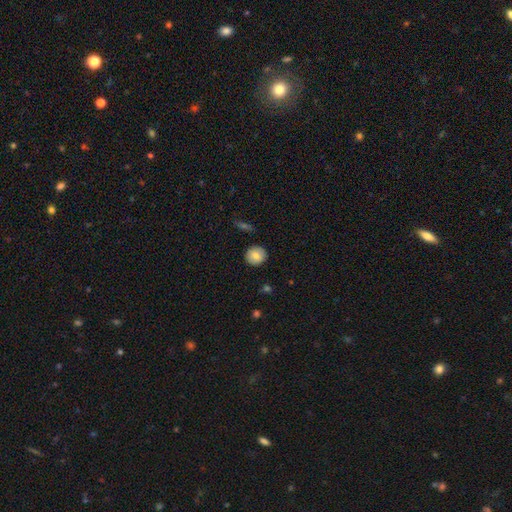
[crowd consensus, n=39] Morphology: type=smooth (77%); roundness=round (97%); merging=none (92%).